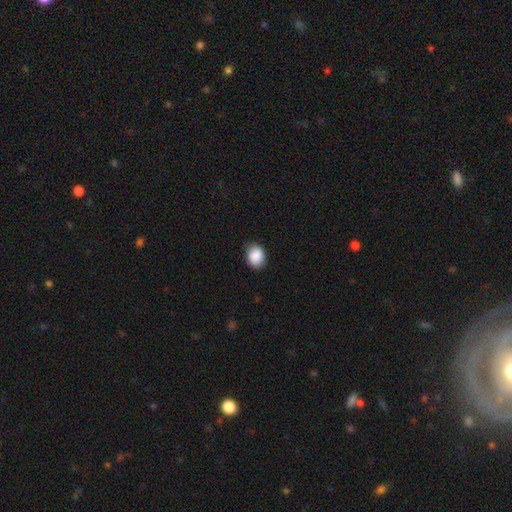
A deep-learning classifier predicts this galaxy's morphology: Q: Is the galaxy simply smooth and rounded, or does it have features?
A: smooth — 89%.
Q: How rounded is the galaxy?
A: in between — 51%.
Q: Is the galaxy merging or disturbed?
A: none — 83%.